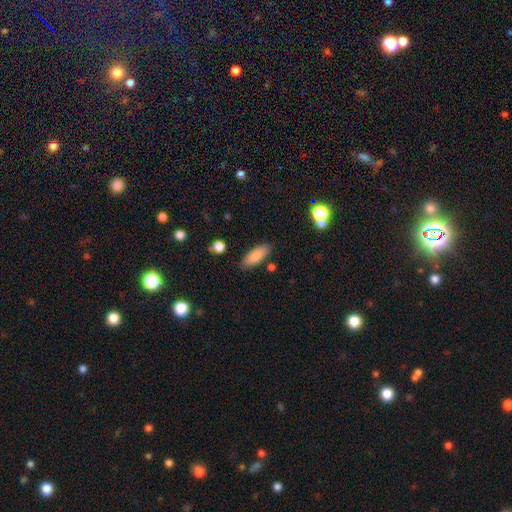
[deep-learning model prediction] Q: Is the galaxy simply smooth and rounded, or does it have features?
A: smooth — 83%.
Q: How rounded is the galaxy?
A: in between — 73%.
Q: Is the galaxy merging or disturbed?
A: none — 84%.